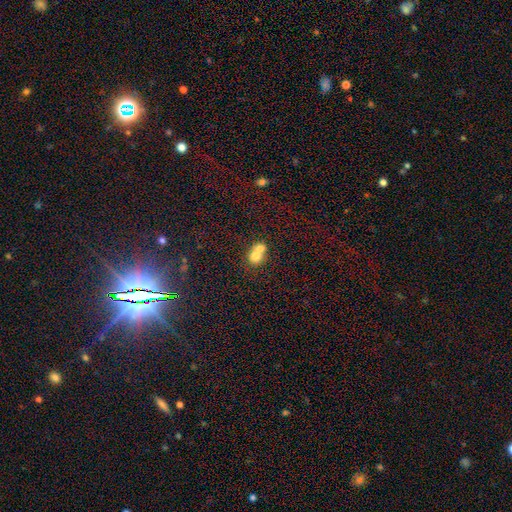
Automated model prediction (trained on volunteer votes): smooth 71%, featured or disk 19%, star or artifact 11%. Down the decision tree: how rounded — round (72%); merging — merger (70%).